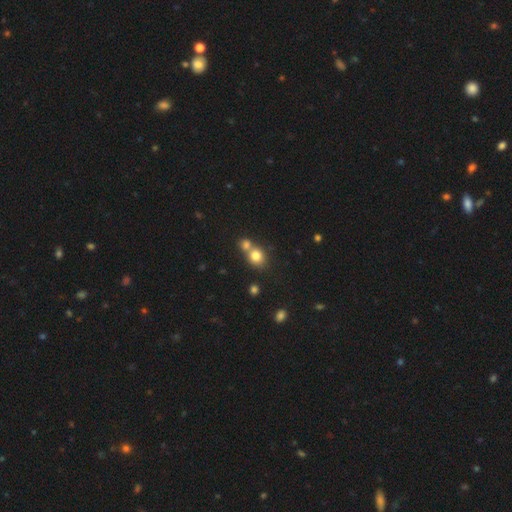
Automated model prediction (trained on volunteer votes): A smooth galaxy with no disk features (79%) that is round (76%).

Vote fractions:
- Smooth or featured? smooth: 79% / star or artifact: 11% / featured or disk: 10%
- How rounded? round: 76% / in between: 23% / cigar-shaped: 1%
- Merging? merger: 49% / none: 41% / minor disturbance: 7% / major disturbance: 3%